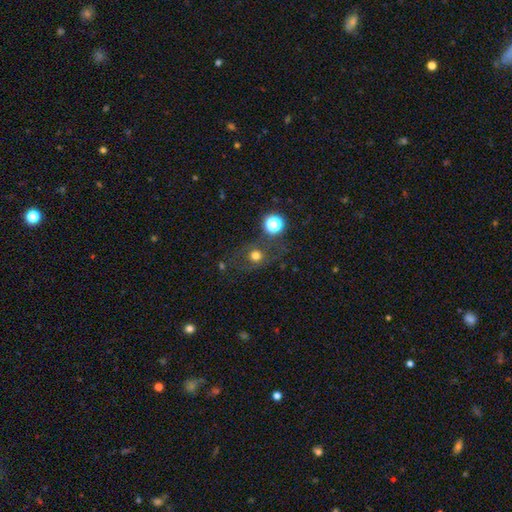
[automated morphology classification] The model was most divided on "smooth or featured": smooth: 63%, star or artifact: 22%, featured or disk: 15%. More confident: how rounded — round (85%); merging — none (66%).